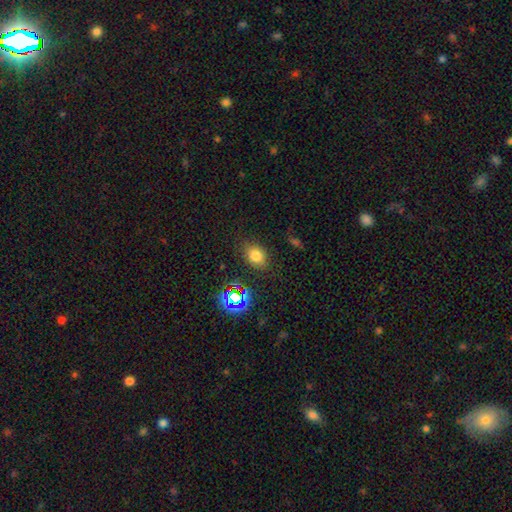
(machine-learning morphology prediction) Smooth or featured? Predicted: smooth (p=0.72). How rounded? Predicted: in between (p=0.67). Merging? Predicted: none (p=0.81).